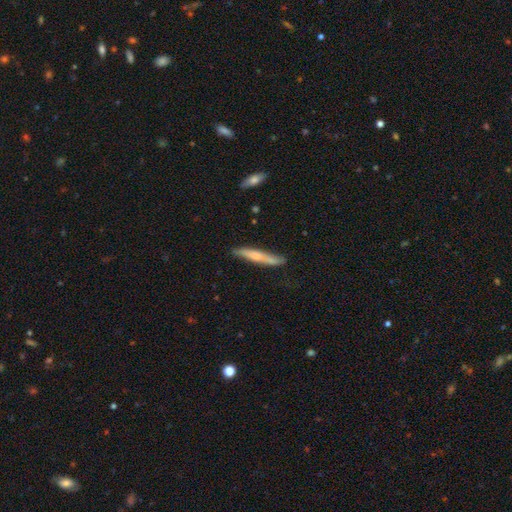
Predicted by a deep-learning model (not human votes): Smooth or featured? Predicted: smooth (p=0.57). How rounded? Predicted: cigar-shaped (p=0.93). Merging? Predicted: none (p=0.79).